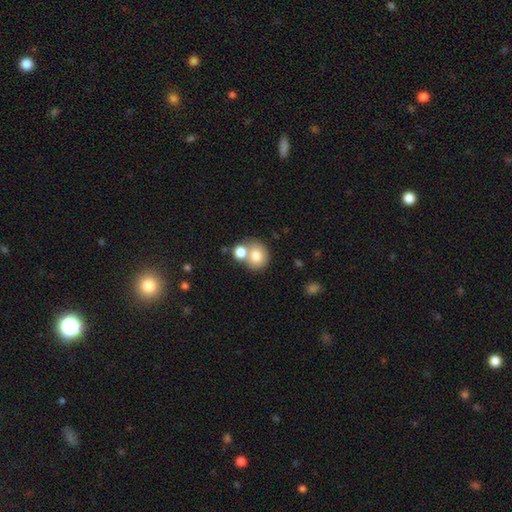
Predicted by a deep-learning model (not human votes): This appears to be a smooth galaxy with no disk features (76%) that is round (71%). Merging: merger (45%).